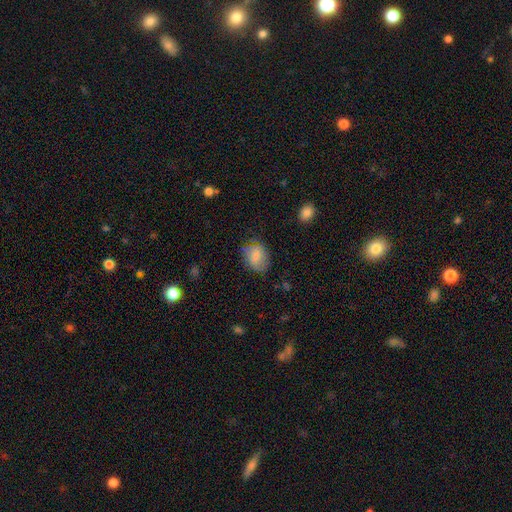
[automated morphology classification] The model was most divided on "how rounded": in between: 64%, round: 35%, cigar-shaped: 1%. More confident: smooth or featured — smooth (79%); merging — none (70%).